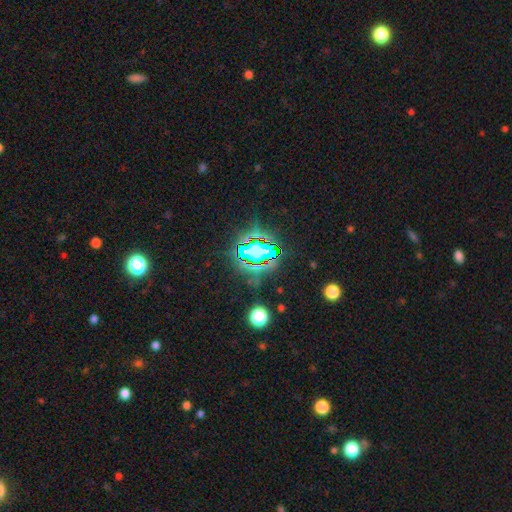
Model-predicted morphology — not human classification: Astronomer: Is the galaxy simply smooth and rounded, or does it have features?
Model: star or artifact — 81%.